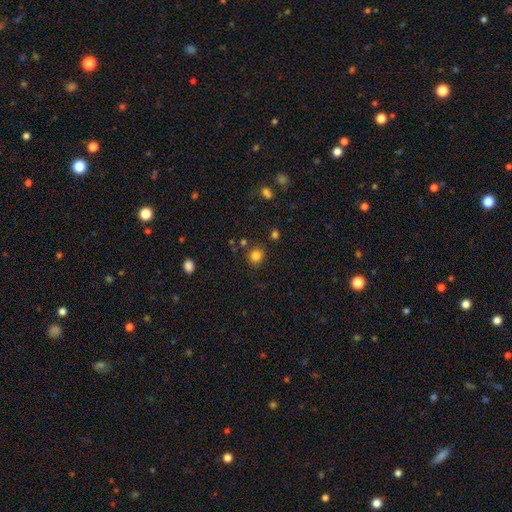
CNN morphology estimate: Q: Smooth or featured?
A: smooth (82%); runner-up: star or artifact (13%)
Q: How rounded?
A: round (81%); runner-up: in between (18%)
Q: Merging?
A: none (82%); runner-up: minor disturbance (10%)